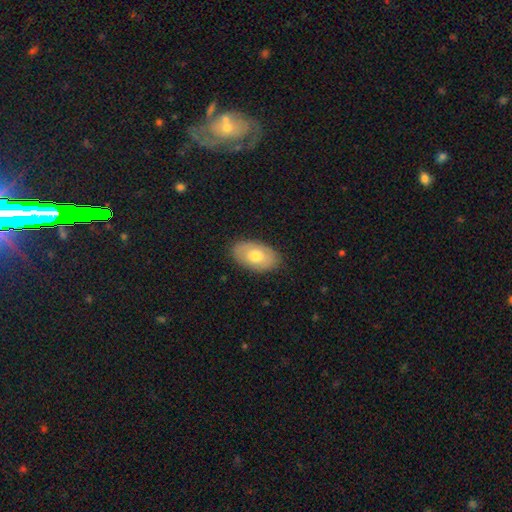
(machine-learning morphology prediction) Overall: smooth (65%; featured or disk 29%). How rounded: in between (92%). Merging: none (84%).